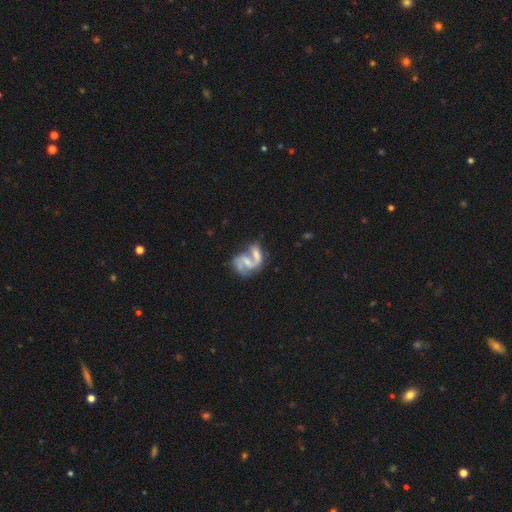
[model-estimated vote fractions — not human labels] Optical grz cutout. It shows a smooth galaxy with no disk features (36%). Merging: none (38%).